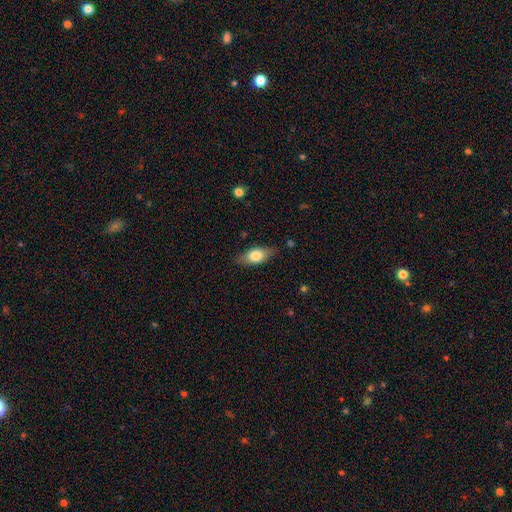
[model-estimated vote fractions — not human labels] Smooth or featured: smooth — 71% (featured or disk — 23%)
How rounded: in between — 83% (cigar-shaped — 12%)
Merging: none — 82% (minor disturbance — 14%)